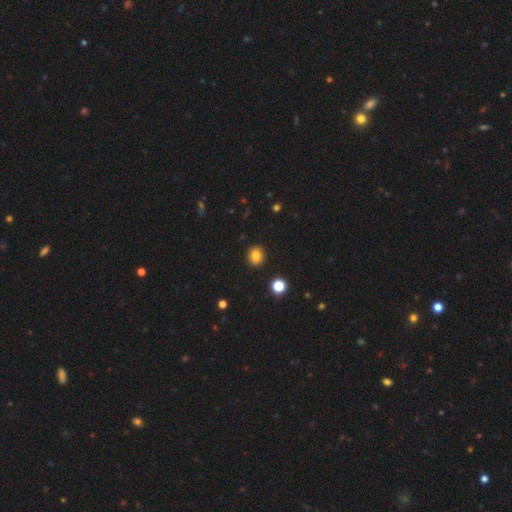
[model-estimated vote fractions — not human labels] Q: Smooth or featured?
A: smooth (83%); runner-up: star or artifact (12%)
Q: How rounded?
A: round (76%); runner-up: in between (23%)
Q: Merging?
A: none (91%); runner-up: minor disturbance (6%)